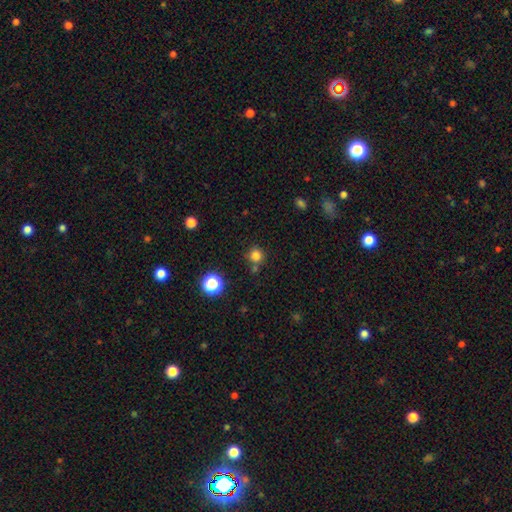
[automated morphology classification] Smooth or featured: smooth — 79% (star or artifact — 16%)
How rounded: round — 92% (in between — 7%)
Merging: none — 74% (merger — 12%)